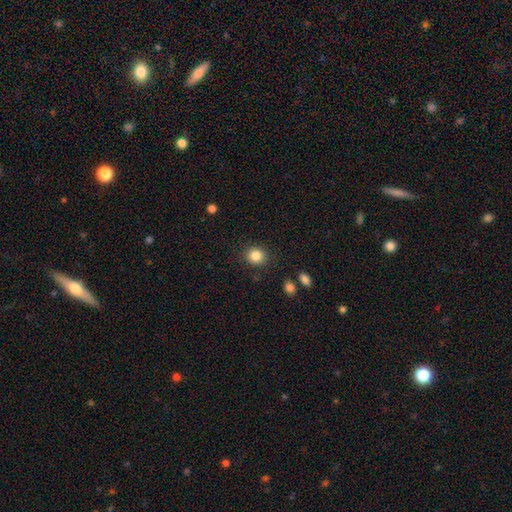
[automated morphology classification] The model was most divided on "how rounded": round: 81%, in between: 18%, cigar-shaped: 1%. More confident: merging — none (88%); smooth or featured — smooth (85%).